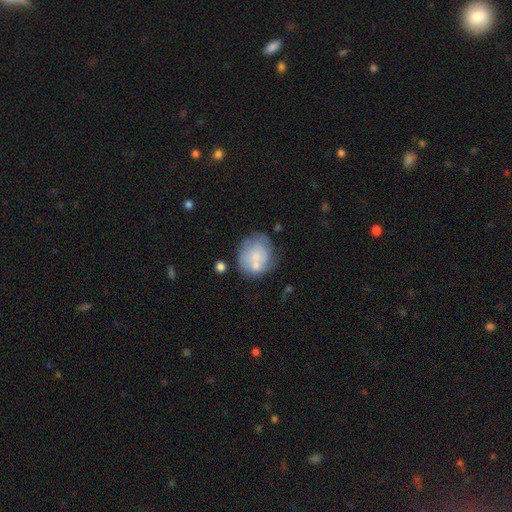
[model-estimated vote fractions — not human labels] Overall: smooth (65%; featured or disk 28%). How rounded: round (67%; in between 32%). Merging: none (44%; minor disturbance 23%).